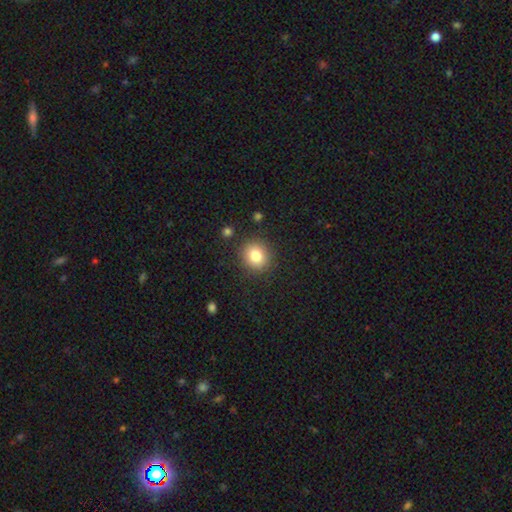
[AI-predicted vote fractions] Smooth or featured? Predicted: smooth (p=0.83). How rounded? Predicted: round (p=0.82). Merging? Predicted: none (p=0.88).